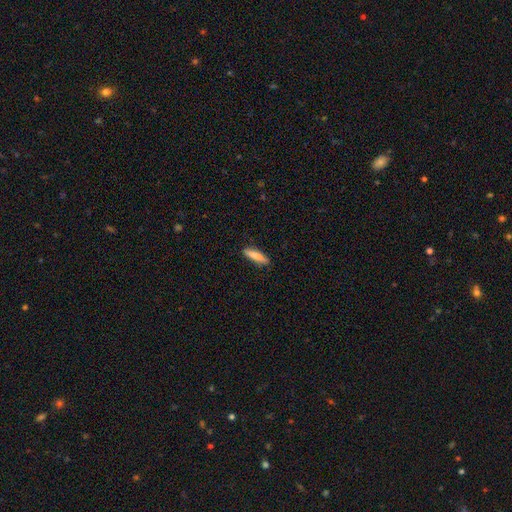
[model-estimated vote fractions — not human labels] Q: Smooth or featured?
A: smooth (82%); runner-up: featured or disk (12%)
Q: How rounded?
A: cigar-shaped (78%); runner-up: in between (21%)
Q: Merging?
A: none (87%); runner-up: minor disturbance (10%)